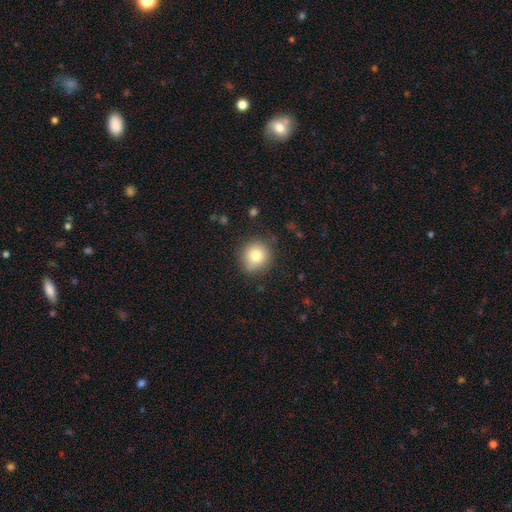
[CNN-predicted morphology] Smooth or featured?
  - smooth: 80% *
  - star or artifact: 10%
  - featured or disk: 10%
How rounded?
  - round: 89% *
  - in between: 10%
  - cigar-shaped: 1%
Merging?
  - none: 82% *
  - minor disturbance: 13%
  - major disturbance: 3%
  - merger: 2%